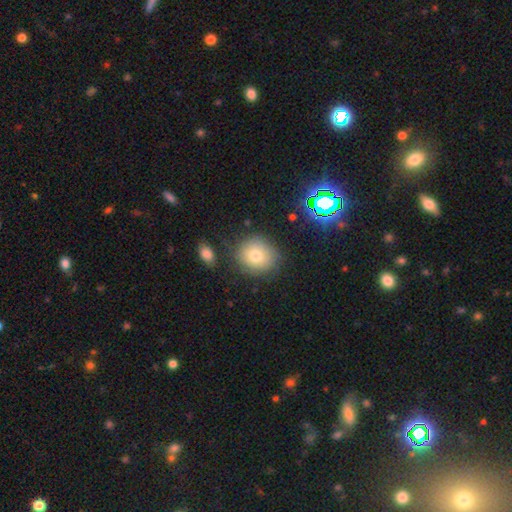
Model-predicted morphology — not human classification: A smooth galaxy with no disk features (76%) that is round (77%).

Vote fractions:
- Smooth or featured? smooth: 76% / featured or disk: 13% / star or artifact: 12%
- How rounded? round: 77% / in between: 22% / cigar-shaped: 1%
- Merging? none: 78% / minor disturbance: 14% / major disturbance: 4% / merger: 4%